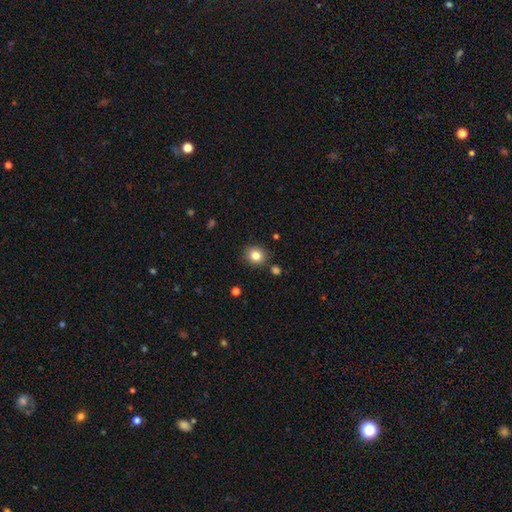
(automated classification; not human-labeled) Smooth or featured? Predicted: smooth (p=0.82). How rounded? Predicted: round (p=0.86). Merging? Predicted: none (p=0.86).